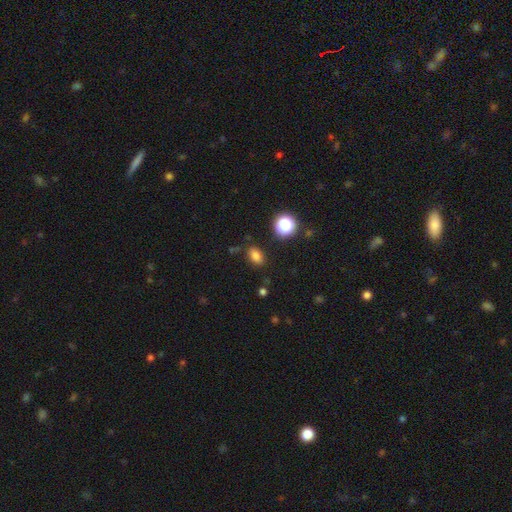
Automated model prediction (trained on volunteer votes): Smooth or featured? Predicted: smooth (p=0.78). How rounded? Predicted: in between (p=0.79). Merging? Predicted: none (p=0.82).